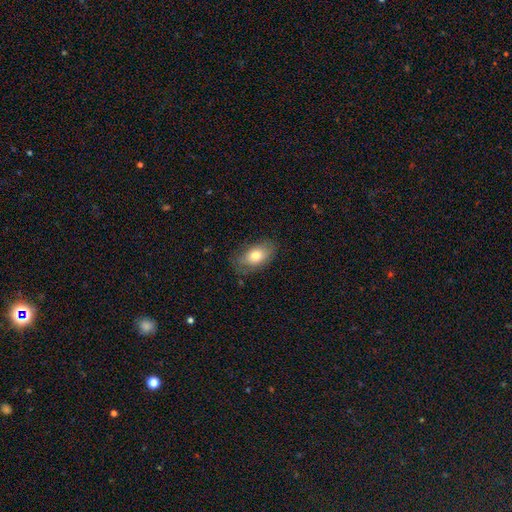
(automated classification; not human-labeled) Morphology: type=smooth (76%); roundness=in between (90%); merging=none (74%).